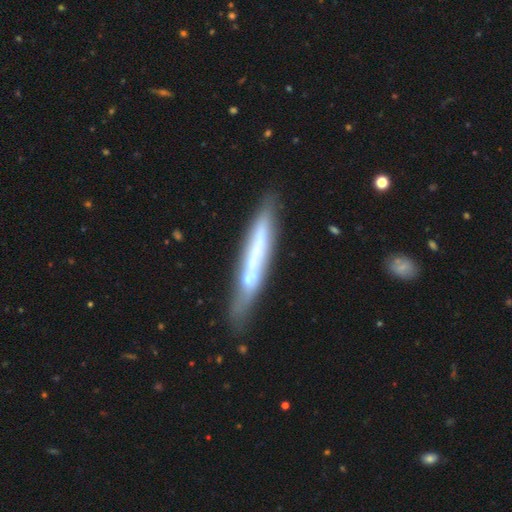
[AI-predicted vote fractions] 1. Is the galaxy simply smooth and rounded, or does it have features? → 54% featured or disk, 39% smooth, 7% star or artifact.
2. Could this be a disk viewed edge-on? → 81% yes, 19% no.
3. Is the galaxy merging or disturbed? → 72% none, 17% minor disturbance, 6% merger, 5% major disturbance.